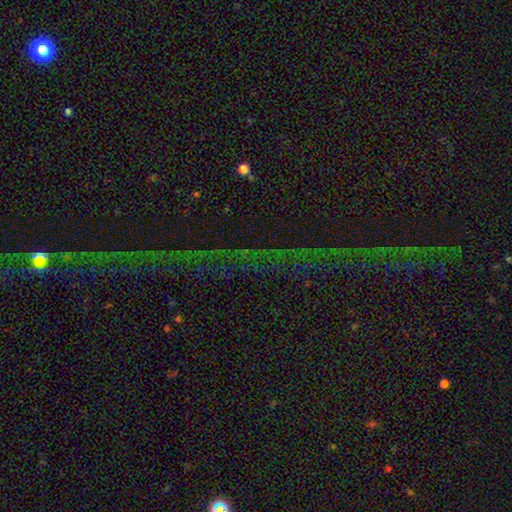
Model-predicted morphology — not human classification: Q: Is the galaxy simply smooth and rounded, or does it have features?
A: star or artifact — 81%.